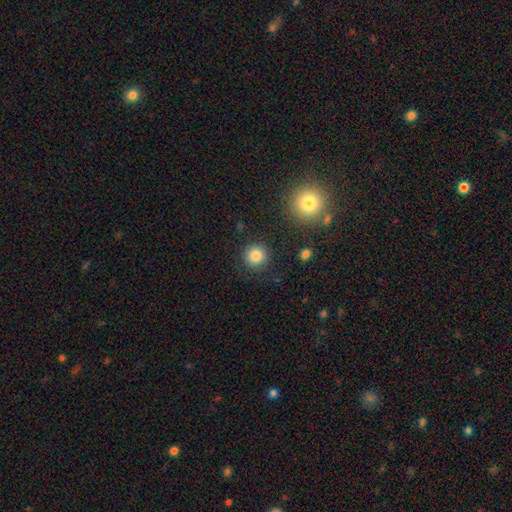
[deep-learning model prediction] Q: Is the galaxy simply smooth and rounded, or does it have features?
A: smooth — 84%.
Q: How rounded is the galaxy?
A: round — 94%.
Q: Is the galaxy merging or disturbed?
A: none — 89%.